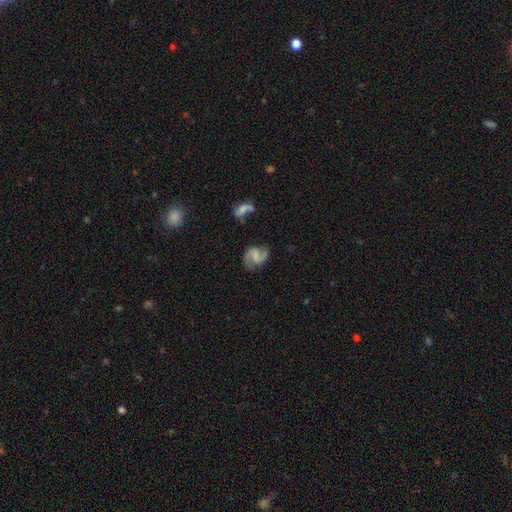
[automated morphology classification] A featured or disk galaxy (84%) with a weak bar (50%), 2 (92%) medium (49%) spiral arms (96%) and no central bulge (49%).

Vote fractions:
- Smooth or featured? featured or disk: 84% / smooth: 10% / star or artifact: 6%
- Edge-on disk? no: 98% / yes: 2%
- Bar? weak: 50% / no: 27% / strong: 24%
- Spiral arms? yes: 96% / no: 4%
- Spiral winding? medium: 49% / loose: 37% / tight: 14%
- Spiral arm count? 2: 92% / can't tell: 3% / 1: 2% / 3: 1% / 4: 1% / more than 4: 1%
- Bulge size? none: 49% / small: 30% / moderate: 17% / large: 3% / dominant: 1%
- Merging? none: 74% / minor disturbance: 16% / major disturbance: 7% / merger: 4%